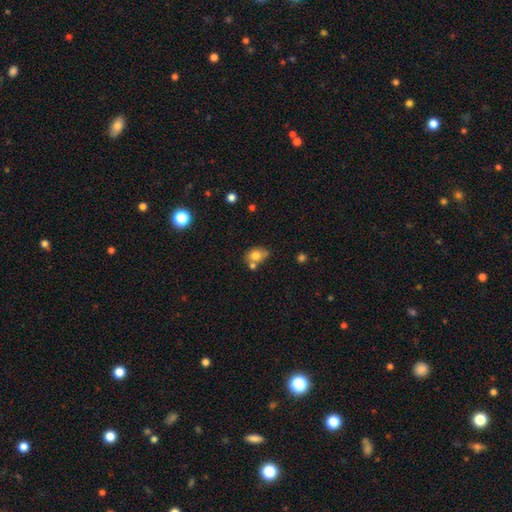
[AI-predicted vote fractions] This is likely a smooth galaxy (75%). How rounded: likely in between (66%). Merging: possibly none (46%).